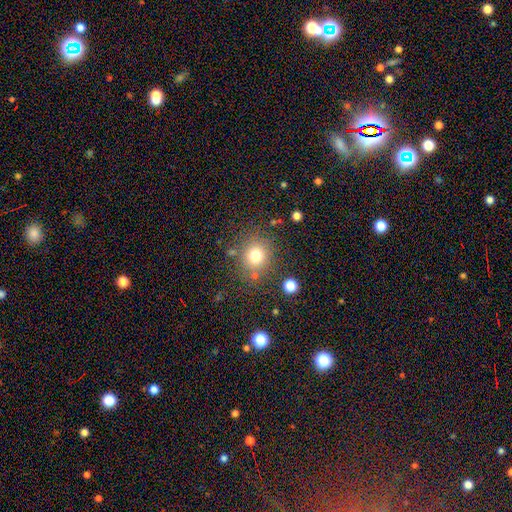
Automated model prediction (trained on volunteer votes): Smooth or featured?
  - smooth: 76% *
  - star or artifact: 15%
  - featured or disk: 10%
How rounded?
  - round: 83% *
  - in between: 16%
  - cigar-shaped: 1%
Merging?
  - none: 78% *
  - minor disturbance: 11%
  - merger: 6%
  - major disturbance: 5%